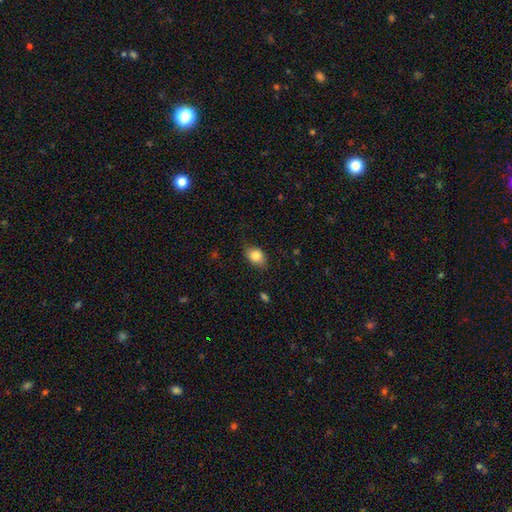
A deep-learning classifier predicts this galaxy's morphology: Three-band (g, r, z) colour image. It shows a smooth galaxy with no disk features (84%) that is in between round and cigar-shaped (72%). Merging: none (78%).